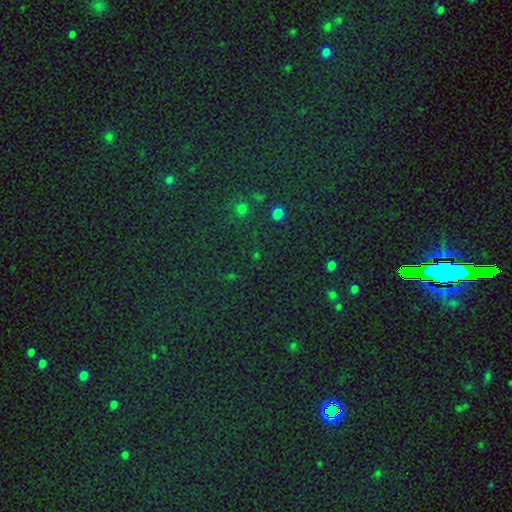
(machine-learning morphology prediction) Smooth or featured?
  - star or artifact: 68% *
  - smooth: 23%
  - featured or disk: 8%